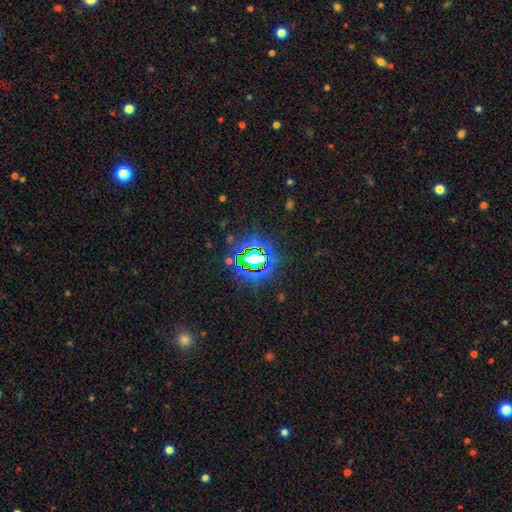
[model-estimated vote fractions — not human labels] smooth-or-featured: star or artifact: 75% | smooth: 15% | featured or disk: 10%